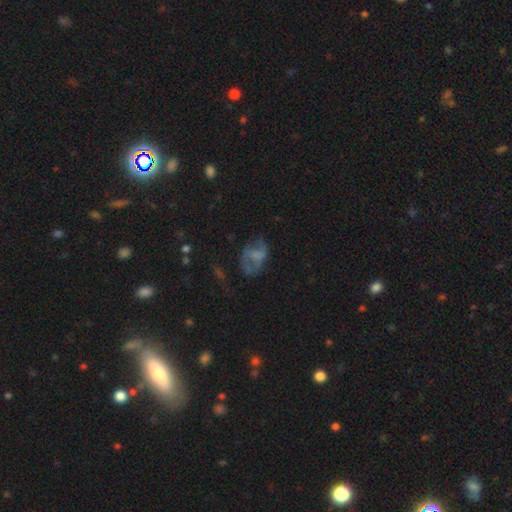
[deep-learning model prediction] A featured or disk galaxy (48%).

Vote fractions:
- Smooth or featured? featured or disk: 48% / smooth: 39% / star or artifact: 14%
- Merging? none: 45% / major disturbance: 28% / minor disturbance: 23% / merger: 4%